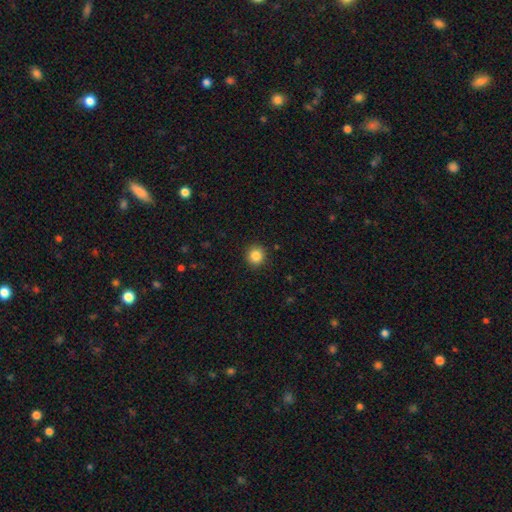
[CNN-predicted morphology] Smooth or featured?
  - smooth: 86% *
  - star or artifact: 10%
  - featured or disk: 4%
How rounded?
  - round: 92% *
  - in between: 7%
  - cigar-shaped: 1%
Merging?
  - none: 92% *
  - minor disturbance: 5%
  - major disturbance: 2%
  - merger: 1%